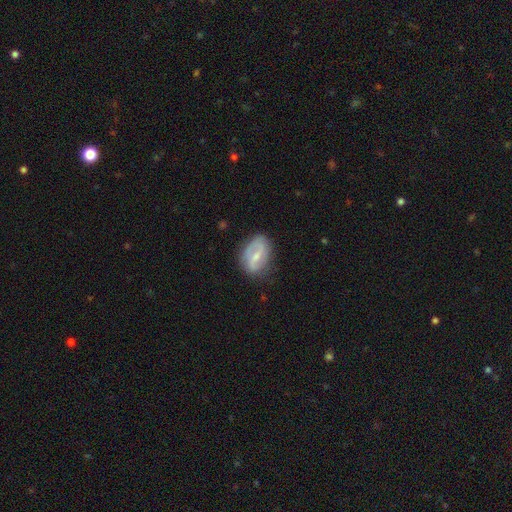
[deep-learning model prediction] This appears to be a featured or disk galaxy (58%) with a weak bar (50%), spiral arms (69%) and a small central bulge (50%). Merging: none (69%).